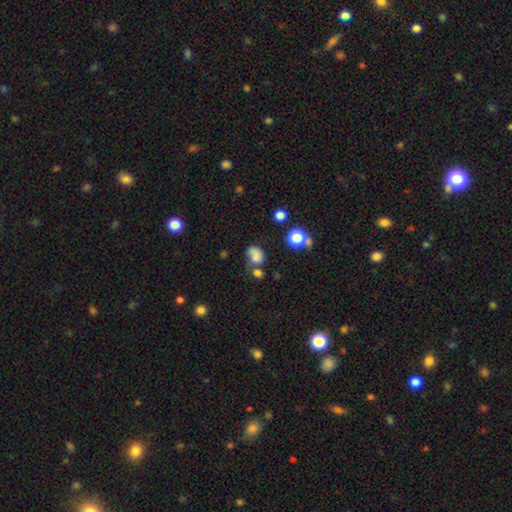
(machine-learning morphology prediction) Smooth or featured? Predicted: smooth (p=0.75). How rounded? Predicted: in between (p=0.55). Merging? Predicted: none (p=0.41).